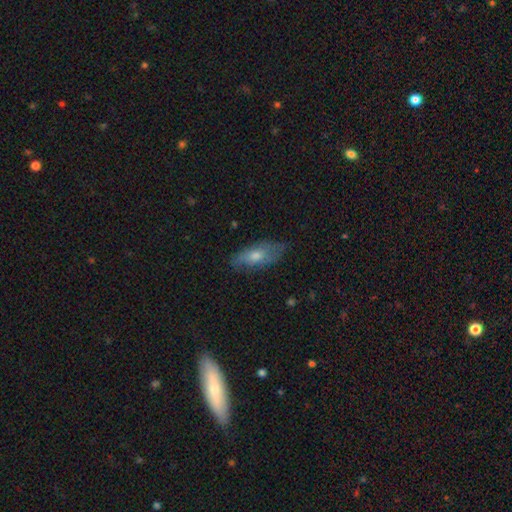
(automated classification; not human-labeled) smooth_or_featured: smooth (p=0.54) [alt: featured or disk p=0.38]
how_rounded: in between (p=0.75) [alt: cigar-shaped p=0.21]
merging: none (p=0.72) [alt: minor disturbance p=0.21]